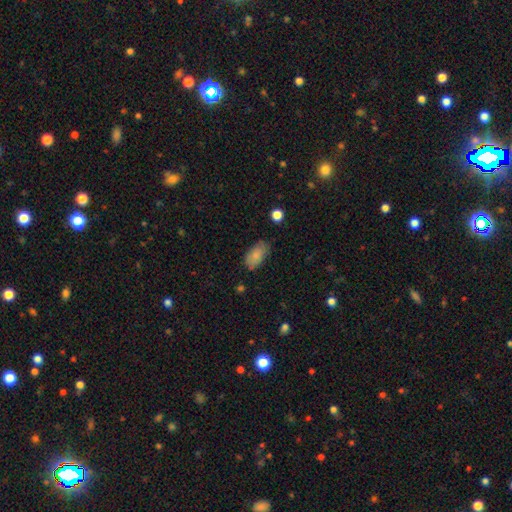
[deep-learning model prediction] smooth-or-featured: smooth: 84% | featured or disk: 8% | star or artifact: 8%
  how-rounded: in between: 93% | round: 4% | cigar-shaped: 3%
  merging: none: 66% | minor disturbance: 26% | major disturbance: 6% | merger: 2%